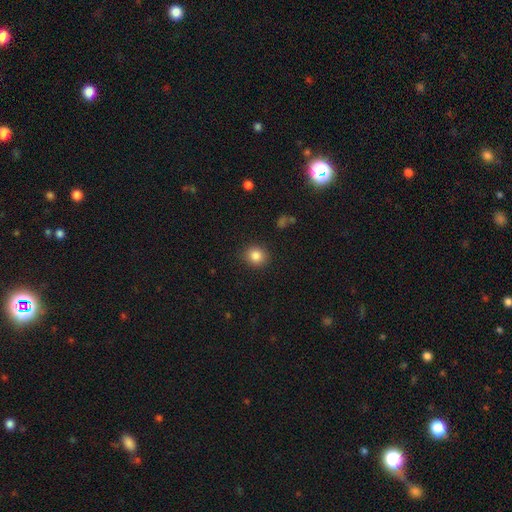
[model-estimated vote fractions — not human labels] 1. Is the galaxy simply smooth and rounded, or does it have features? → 85% smooth, 10% star or artifact, 5% featured or disk.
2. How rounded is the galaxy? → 83% round, 16% in between, 1% cigar-shaped.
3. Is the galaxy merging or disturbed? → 89% none, 8% minor disturbance, 3% major disturbance, 1% merger.